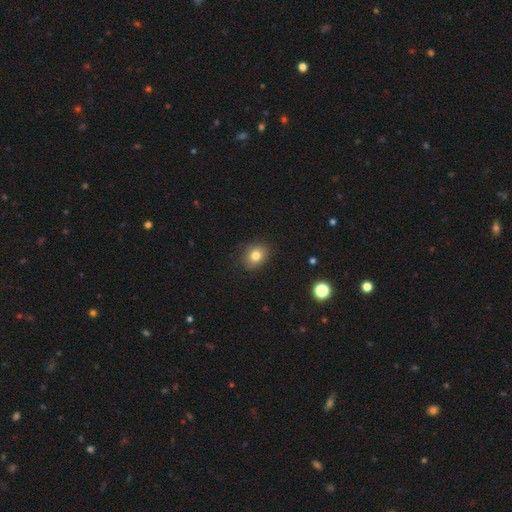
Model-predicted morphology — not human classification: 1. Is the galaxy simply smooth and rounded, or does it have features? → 81% smooth, 11% star or artifact, 8% featured or disk.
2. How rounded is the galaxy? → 55% round, 44% in between, 1% cigar-shaped.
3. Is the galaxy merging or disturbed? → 86% none, 10% minor disturbance, 3% major disturbance, 1% merger.